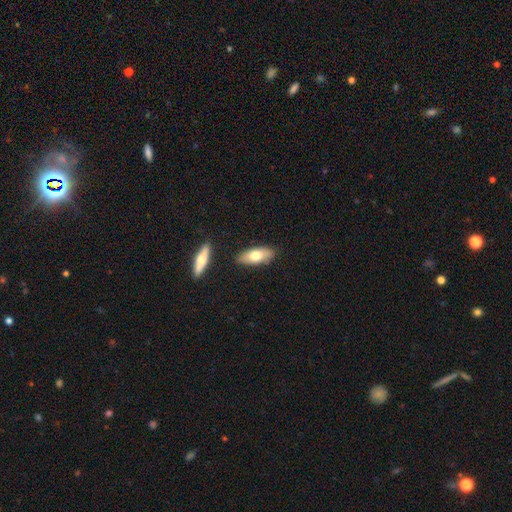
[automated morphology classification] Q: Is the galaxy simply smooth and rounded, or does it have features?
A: smooth — 70%.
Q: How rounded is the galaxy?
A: in between — 75%.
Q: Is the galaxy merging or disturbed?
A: none — 82%.